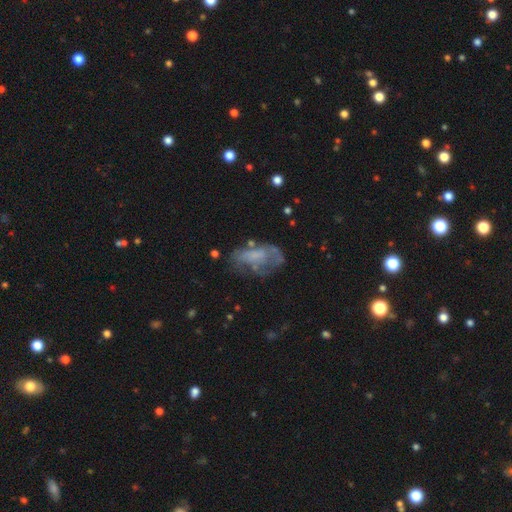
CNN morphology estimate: Overall: featured or disk (48%; smooth 40%). Merging: none (37%; major disturbance 32%).